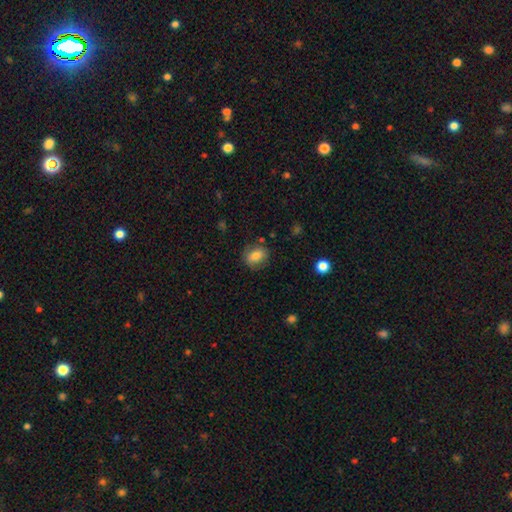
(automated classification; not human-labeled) Q: Smooth or featured?
A: smooth (80%); runner-up: featured or disk (11%)
Q: How rounded?
A: in between (55%); runner-up: round (44%)
Q: Merging?
A: none (80%); runner-up: minor disturbance (14%)